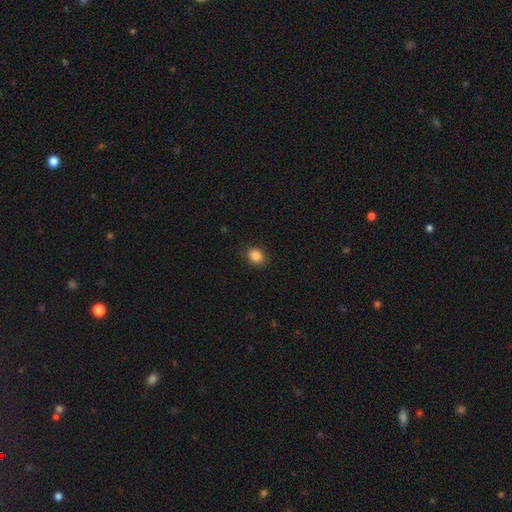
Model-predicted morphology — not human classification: Smooth or featured? Predicted: smooth (p=0.87). How rounded? Predicted: round (p=0.53). Merging? Predicted: none (p=0.88).